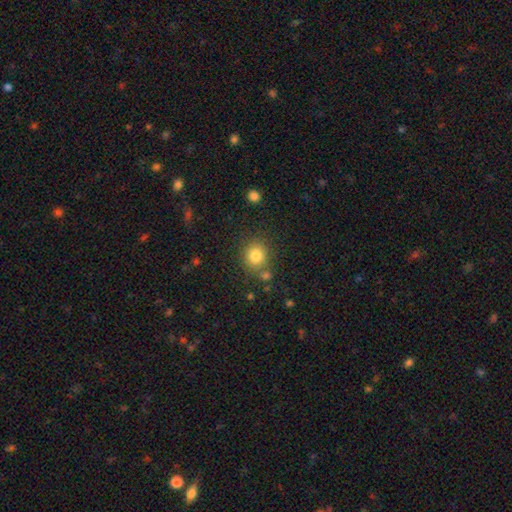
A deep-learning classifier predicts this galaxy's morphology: This appears to be a smooth galaxy with no disk features (81%) that is round (84%). Merging: none (77%).